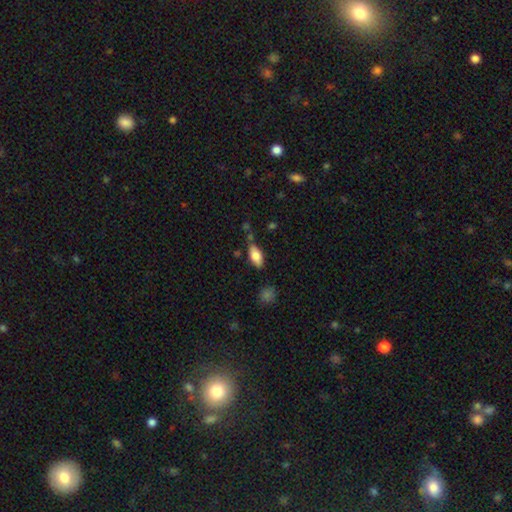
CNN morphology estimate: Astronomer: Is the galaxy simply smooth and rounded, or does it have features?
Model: smooth — 77%.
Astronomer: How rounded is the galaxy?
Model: in between — 87%.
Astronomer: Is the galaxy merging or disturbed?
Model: none — 70%.